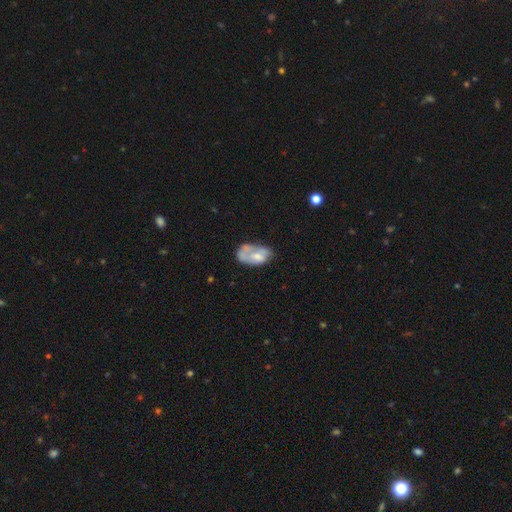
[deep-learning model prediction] smooth_or_featured: smooth (p=0.49) [alt: featured or disk p=0.44]
merging: none (p=0.37) [alt: minor disturbance p=0.31]